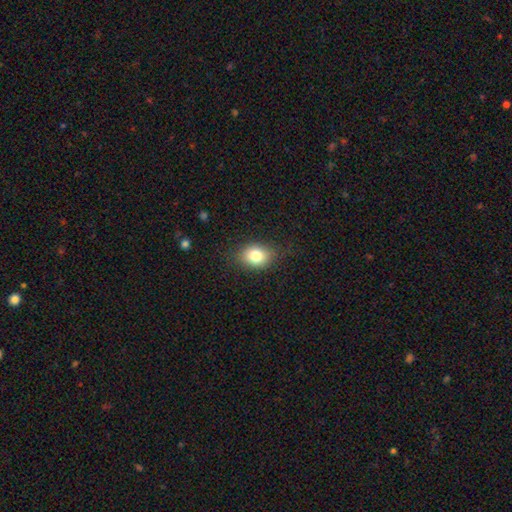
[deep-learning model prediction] Q: Smooth or featured?
A: smooth (79%); runner-up: featured or disk (11%)
Q: How rounded?
A: in between (58%); runner-up: round (41%)
Q: Merging?
A: none (80%); runner-up: minor disturbance (14%)